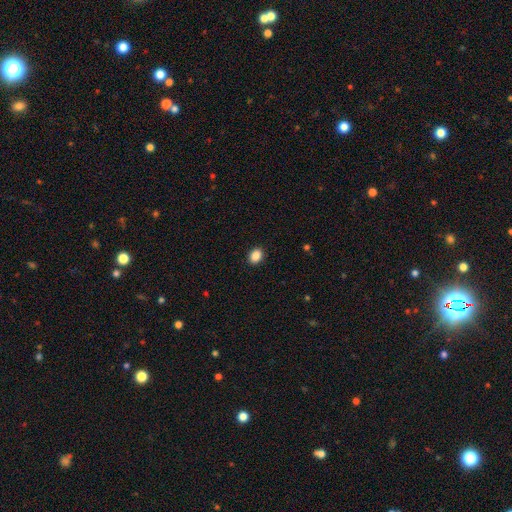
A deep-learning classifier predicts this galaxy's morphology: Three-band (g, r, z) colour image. It shows a smooth galaxy with no disk features (88%) that is in between round and cigar-shaped (63%). Merging: none (91%).